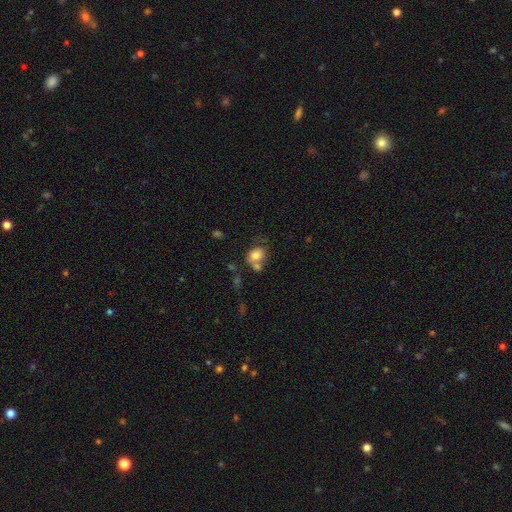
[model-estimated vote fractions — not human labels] smooth 76%, featured or disk 15%, star or artifact 10%. Down the decision tree: how rounded — round (53%); merging — none (40%).